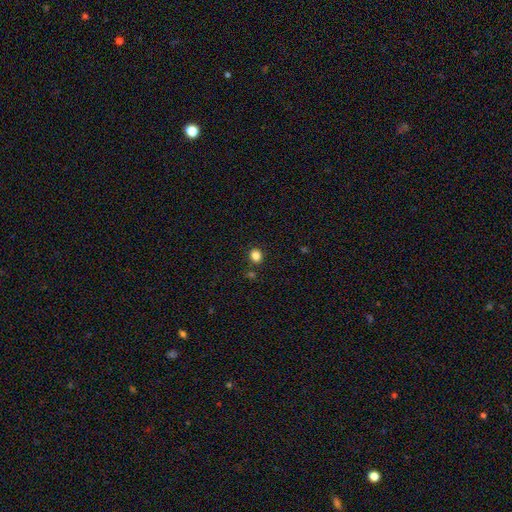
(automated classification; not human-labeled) Overall: smooth (84%). How rounded: round (77%). Merging: none (86%).